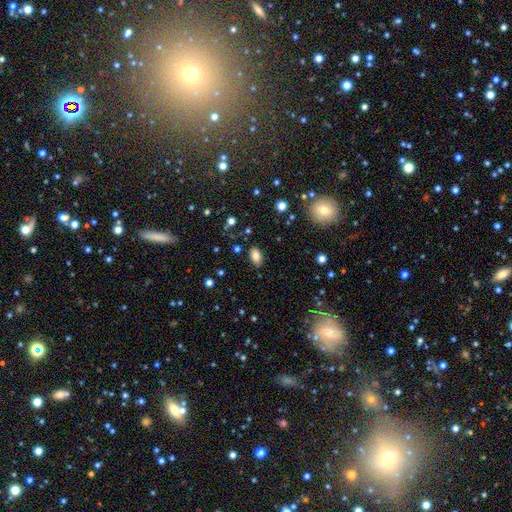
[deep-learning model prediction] A smooth galaxy with no disk features (81%) that is in between round and cigar-shaped (88%). Merging: none (82%).